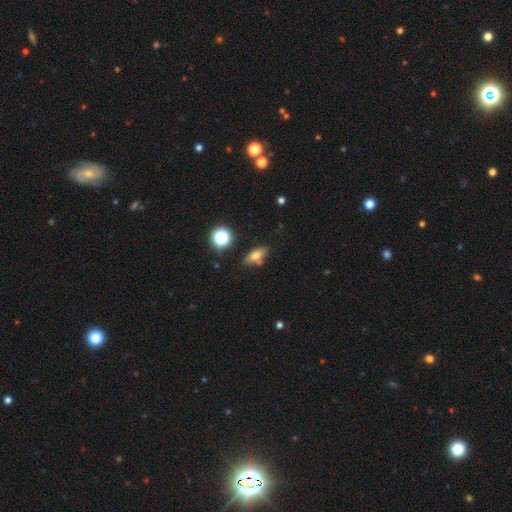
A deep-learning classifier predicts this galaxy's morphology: smooth-or-featured: smooth: 67% | featured or disk: 20% | star or artifact: 12%
  how-rounded: in between: 69% | cigar-shaped: 22% | round: 9%
  merging: none: 74% | minor disturbance: 13% | merger: 9% | major disturbance: 4%